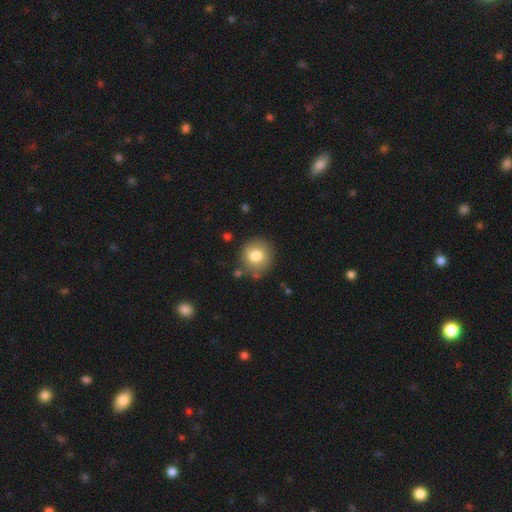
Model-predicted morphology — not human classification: This appears to be a smooth galaxy with no disk features (79%) that is round (88%). Merging: none (83%).